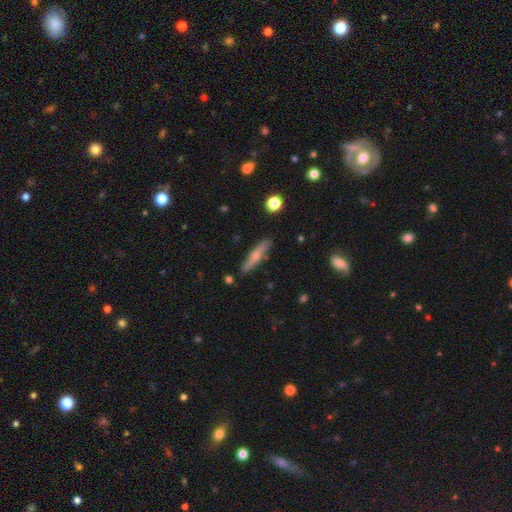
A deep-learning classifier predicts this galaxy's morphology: Q: Smooth or featured?
A: smooth (50%); runner-up: featured or disk (43%)
Q: How rounded?
A: cigar-shaped (84%); runner-up: in between (14%)
Q: Merging?
A: none (83%); runner-up: minor disturbance (12%)